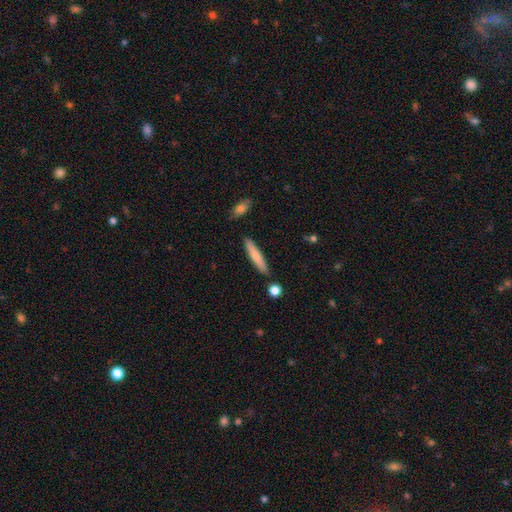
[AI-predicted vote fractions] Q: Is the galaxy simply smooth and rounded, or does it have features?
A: smooth — 73%.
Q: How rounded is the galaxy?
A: cigar-shaped — 89%.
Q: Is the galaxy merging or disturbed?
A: none — 87%.